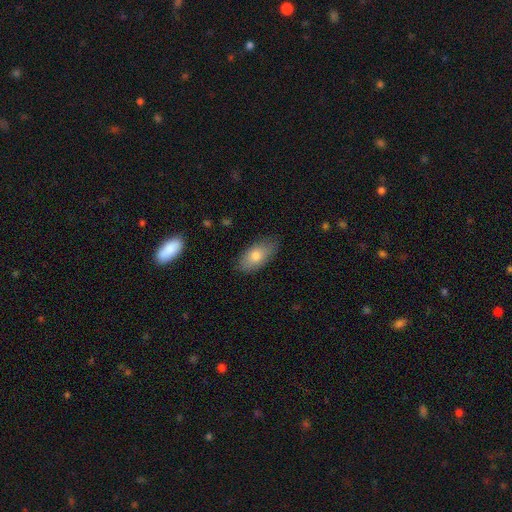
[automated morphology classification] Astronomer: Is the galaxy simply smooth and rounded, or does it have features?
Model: smooth — 78%.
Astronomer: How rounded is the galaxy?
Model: in between — 91%.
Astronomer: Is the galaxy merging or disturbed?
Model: none — 80%.